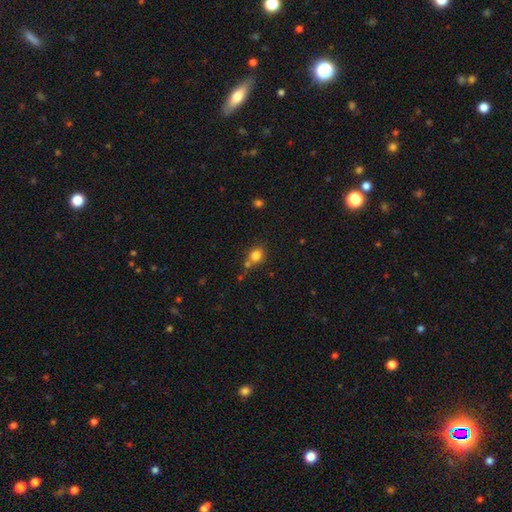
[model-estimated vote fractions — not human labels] Smooth or featured? smooth (82%)
How rounded? round (72%)
Merging? none (62%)